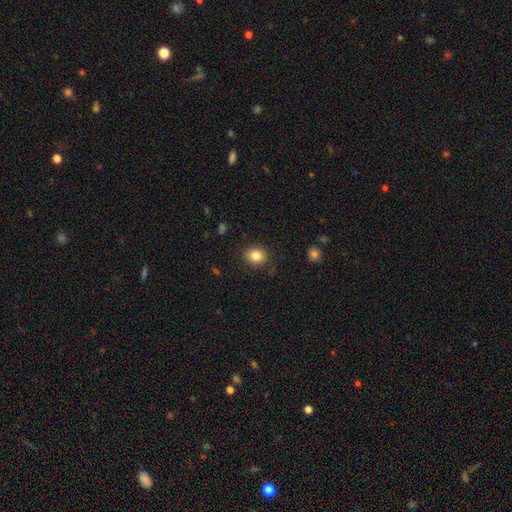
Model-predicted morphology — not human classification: The model was most divided on "how rounded": round: 63%, in between: 36%, cigar-shaped: 1%. More confident: merging — none (86%); smooth or featured — smooth (83%).